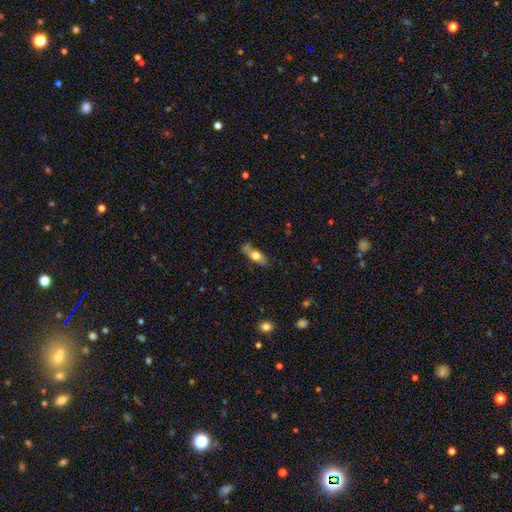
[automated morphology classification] Smooth or featured: smooth — 63% (featured or disk — 30%)
How rounded: in between — 67% (cigar-shaped — 30%)
Merging: none — 68% (minor disturbance — 23%)